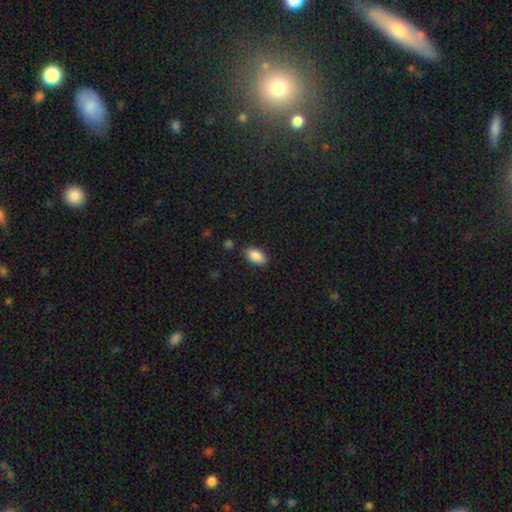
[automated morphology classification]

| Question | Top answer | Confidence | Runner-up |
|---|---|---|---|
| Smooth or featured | smooth | 88% | star or artifact (7%) |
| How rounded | in between | 93% | cigar-shaped (4%) |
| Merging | none | 85% | minor disturbance (10%) |